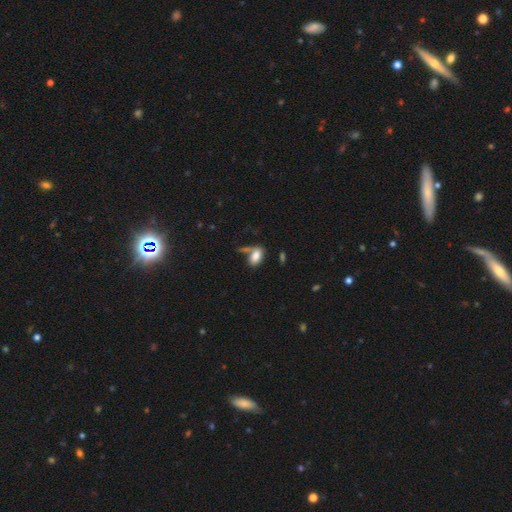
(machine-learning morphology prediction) smooth_or_featured: smooth (p=0.80) [alt: featured or disk p=0.12]
how_rounded: in between (p=0.90) [alt: round p=0.06]
merging: none (p=0.49) [alt: merger p=0.23]